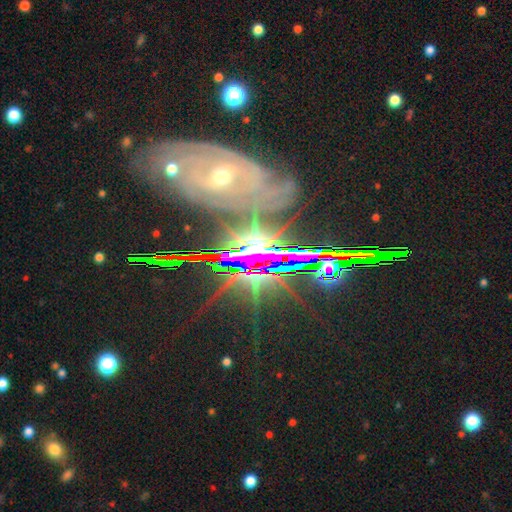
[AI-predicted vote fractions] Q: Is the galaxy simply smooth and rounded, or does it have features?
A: star or artifact — 74%.